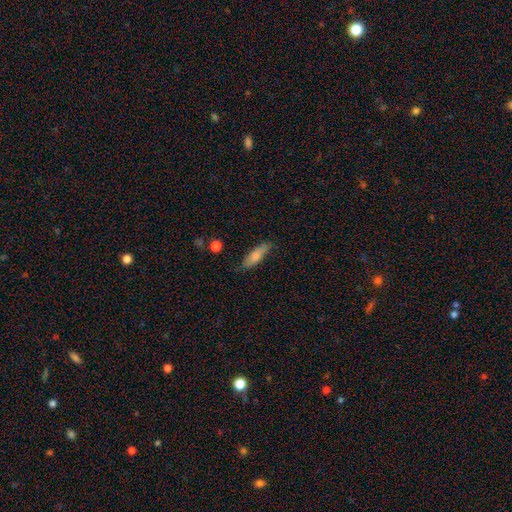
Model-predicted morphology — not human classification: Smooth or featured? smooth (76%)
How rounded? cigar-shaped (54%)
Merging? none (75%)